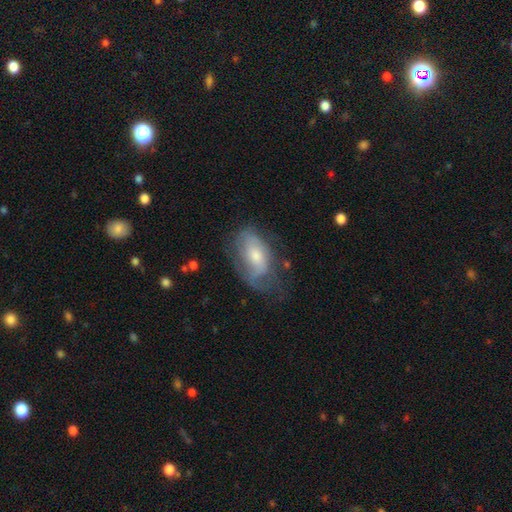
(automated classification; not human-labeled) featured or disk 56%, smooth 36%, star or artifact 8%. Down the decision tree: edge-on disk — no (92%); bar — no (62%); spiral arms — yes (69%); bulge size — moderate (52%); merging — none (48%).